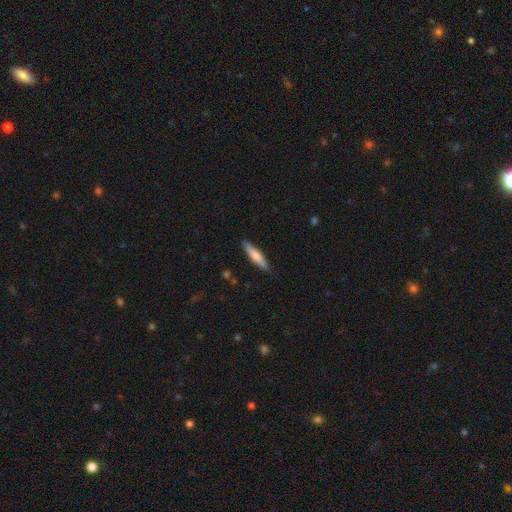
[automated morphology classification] Overall: smooth (66%; featured or disk 29%). How rounded: cigar-shaped (85%). Merging: none (88%).